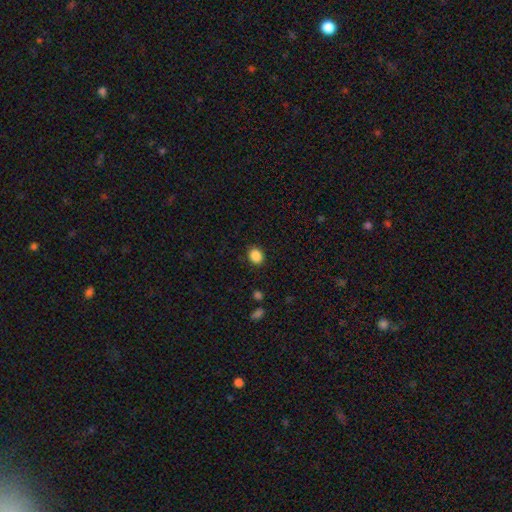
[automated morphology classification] smooth 88%, star or artifact 9%, featured or disk 3%. Down the decision tree: how rounded — round (60%); merging — none (88%).